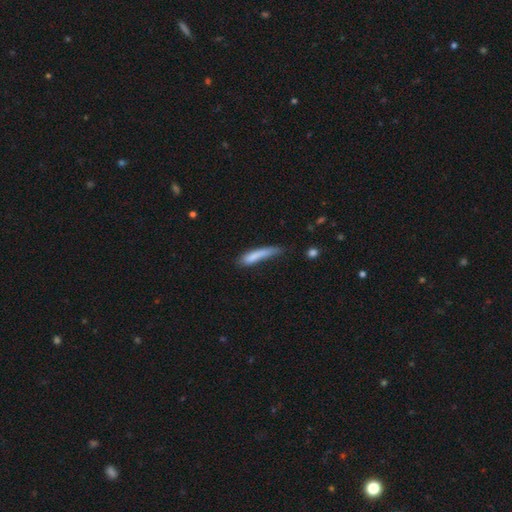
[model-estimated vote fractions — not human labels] smooth 78%, featured or disk 15%, star or artifact 7%. Down the decision tree: how rounded — cigar-shaped (86%); merging — none (45%).